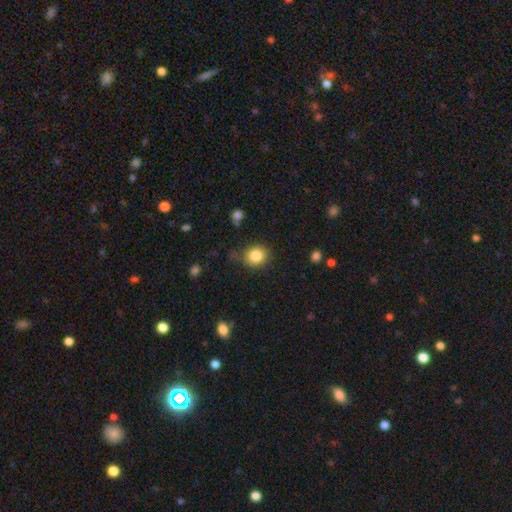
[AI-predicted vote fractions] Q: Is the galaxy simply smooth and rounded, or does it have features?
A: smooth — 83%.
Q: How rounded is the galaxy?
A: round — 79%.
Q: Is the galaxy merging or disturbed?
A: none — 79%.